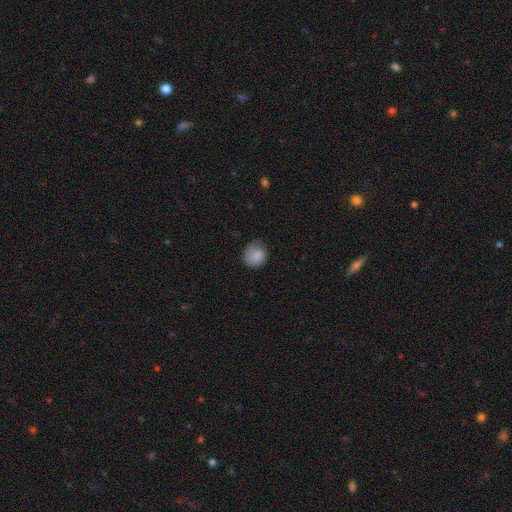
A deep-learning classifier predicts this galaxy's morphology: This appears to be a smooth galaxy with no disk features (83%) that is round (69%). Merging: none (58%).